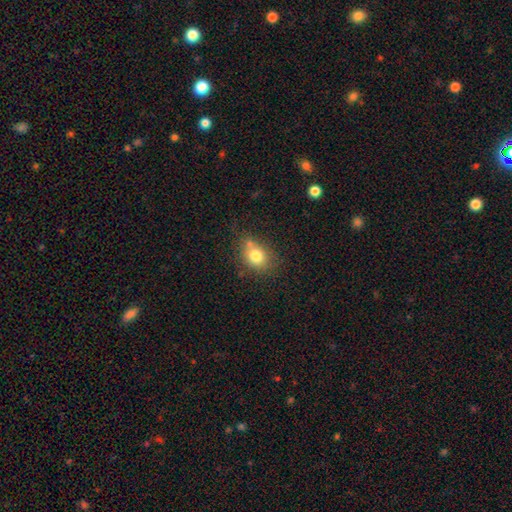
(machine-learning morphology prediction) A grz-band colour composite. It shows a smooth galaxy with no disk features (77%) that is round (52%). Merging: none (60%).